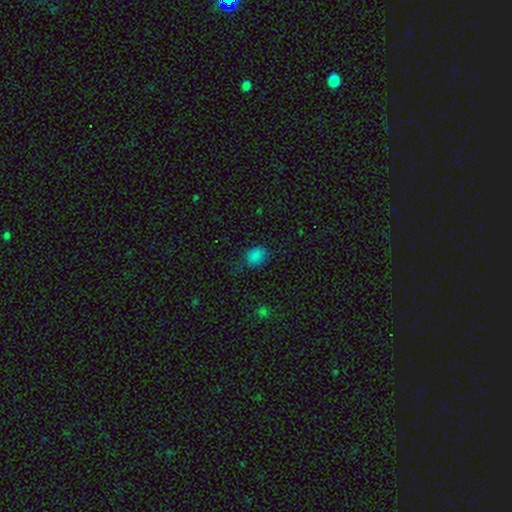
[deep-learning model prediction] The model was most divided on "how rounded": in between: 53%, round: 45%, cigar-shaped: 1%. More confident: smooth or featured — smooth (82%); merging — none (71%).